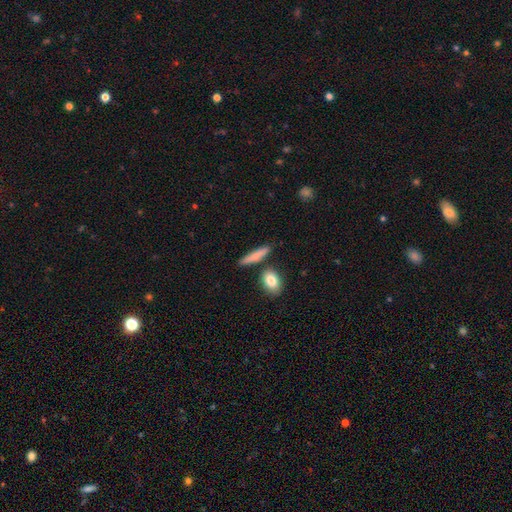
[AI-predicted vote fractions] A smooth galaxy with no disk features (79%) that is cigar-shaped (78%). Merging: none (78%).